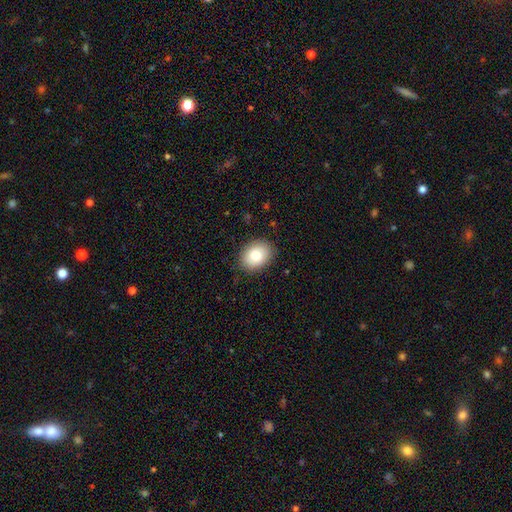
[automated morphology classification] Smooth or featured? Predicted: smooth (p=0.77). How rounded? Predicted: in between (p=0.53). Merging? Predicted: none (p=0.87).